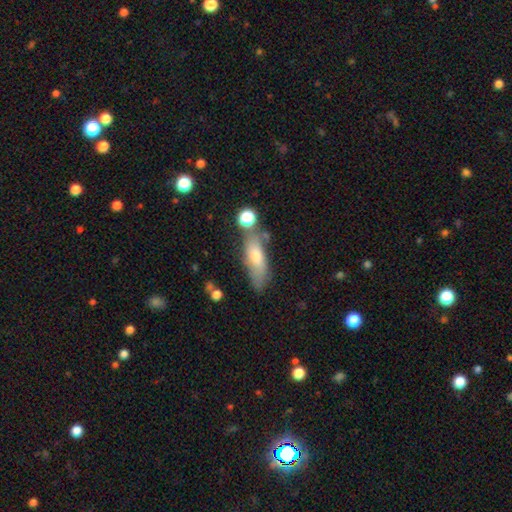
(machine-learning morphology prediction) Smooth or featured: smooth — 66% (featured or disk — 26%)
How rounded: in between — 54% (cigar-shaped — 43%)
Merging: none — 56% (minor disturbance — 22%)